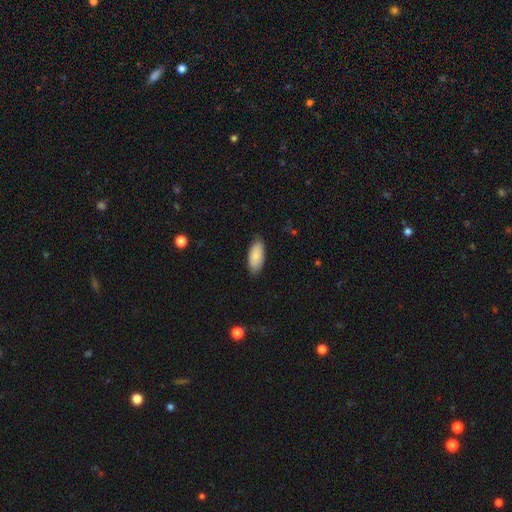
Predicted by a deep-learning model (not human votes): This appears to be a smooth galaxy with no disk features (85%) that is in between round and cigar-shaped (89%). Merging: none (84%).